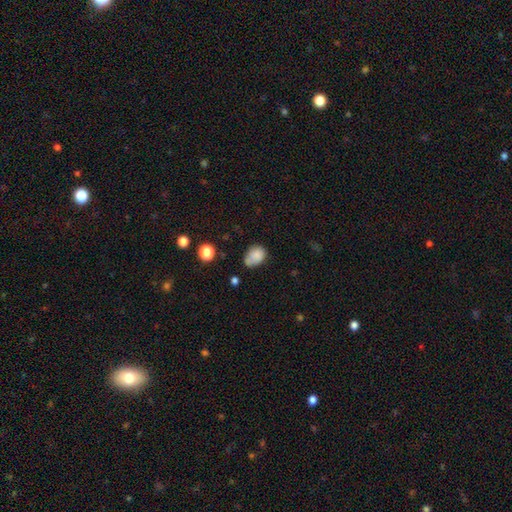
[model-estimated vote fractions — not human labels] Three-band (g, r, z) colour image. It shows a smooth galaxy with no disk features (82%) that is in between round and cigar-shaped (65%). Merging: none (47%).